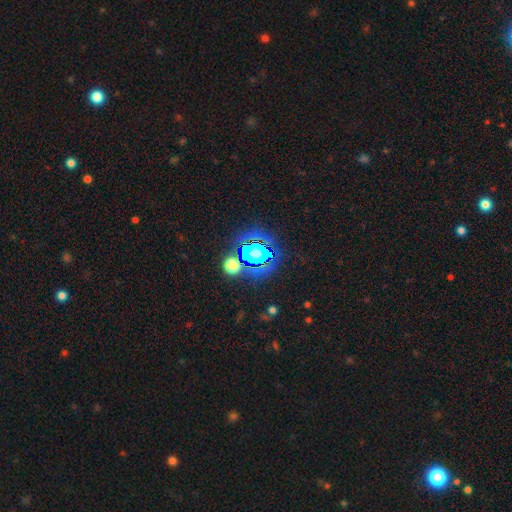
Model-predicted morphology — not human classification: Smooth or featured? Predicted: star or artifact (p=0.80).